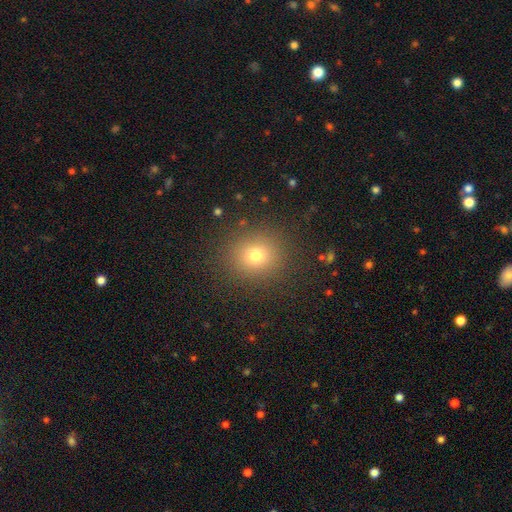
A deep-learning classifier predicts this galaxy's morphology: This appears to be a smooth galaxy with no disk features (74%) that is round (80%). Merging: none (88%).